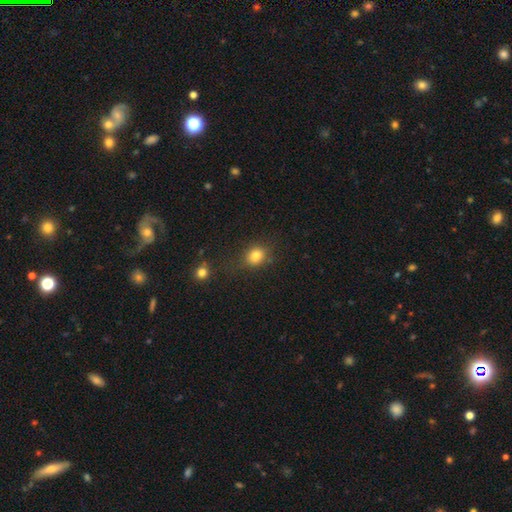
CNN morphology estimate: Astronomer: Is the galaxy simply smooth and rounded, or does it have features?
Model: smooth — 81%.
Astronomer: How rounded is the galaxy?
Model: round — 60% (runner-up: in between, 39%).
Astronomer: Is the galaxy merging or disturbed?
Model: none — 72%.